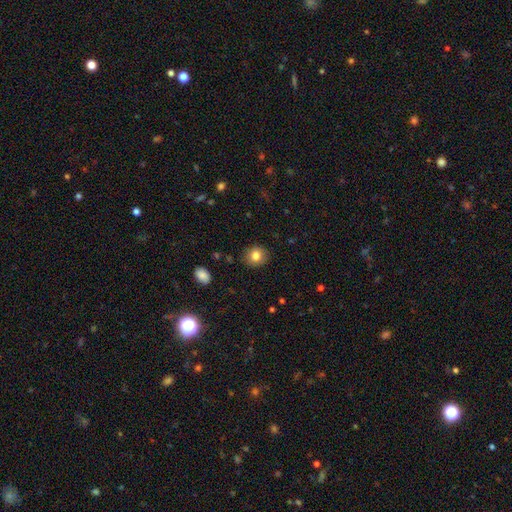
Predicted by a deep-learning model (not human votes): This appears to be a smooth galaxy with no disk features (82%) that is round (83%). Merging: none (89%).